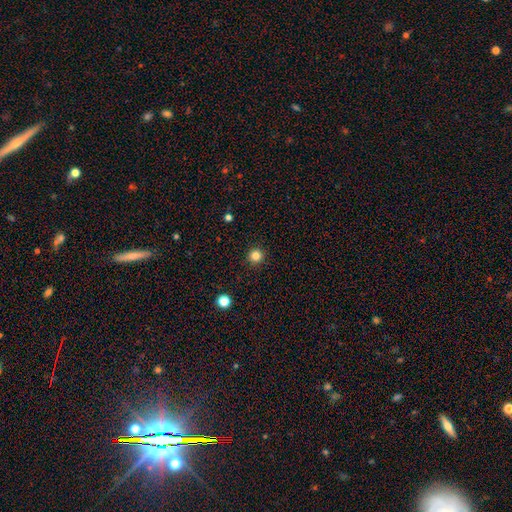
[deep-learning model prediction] This is clearly a smooth galaxy (83%). How rounded: clearly round (96%). Merging: clearly none (93%).